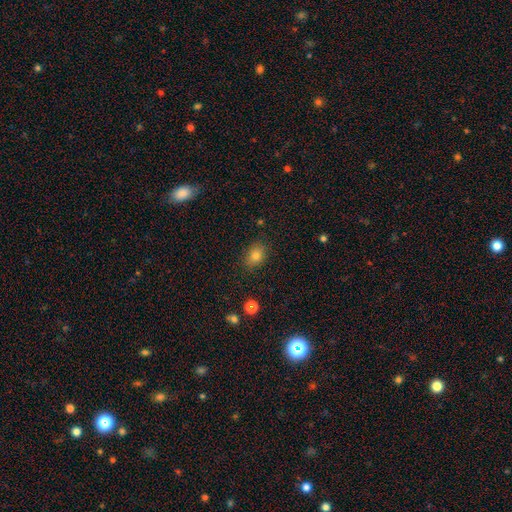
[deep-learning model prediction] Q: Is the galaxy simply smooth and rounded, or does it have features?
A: smooth — 78%.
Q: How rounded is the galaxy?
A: in between — 67%.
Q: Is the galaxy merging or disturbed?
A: none — 85%.